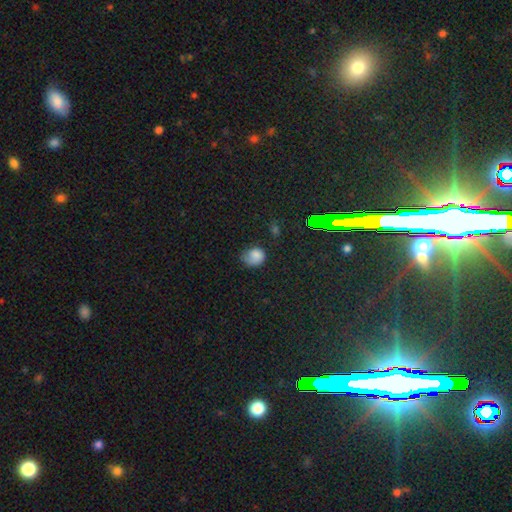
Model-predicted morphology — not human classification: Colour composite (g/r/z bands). It shows a smooth galaxy with no disk features (77%) that is round (55%). Merging: none (43%).